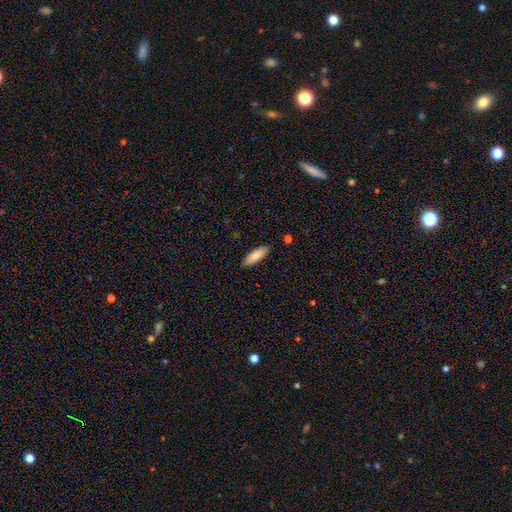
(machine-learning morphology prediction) Smooth or featured? Predicted: smooth (p=0.81). How rounded? Predicted: in between (p=0.55). Merging? Predicted: none (p=0.88).